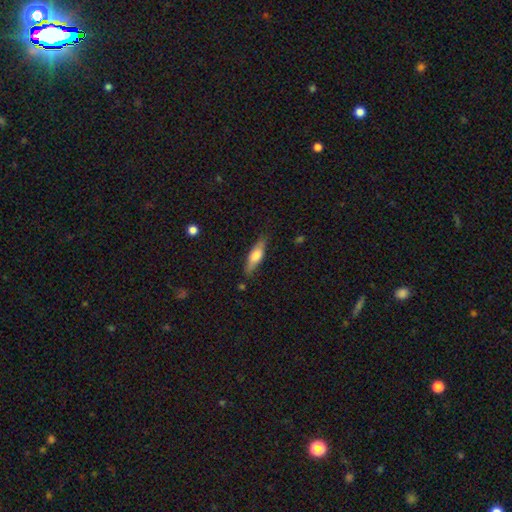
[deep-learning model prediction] Morphology: type=smooth (63%); roundness=cigar-shaped (52%); merging=none (78%).